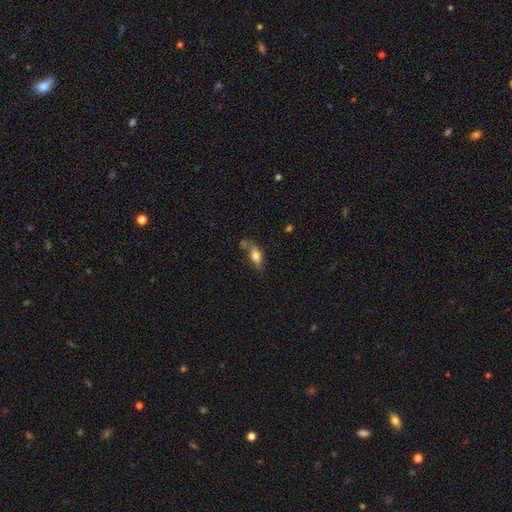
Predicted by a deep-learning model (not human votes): This appears to be a smooth galaxy with no disk features (72%) that is in between round and cigar-shaped (76%). Merging: none (51%).